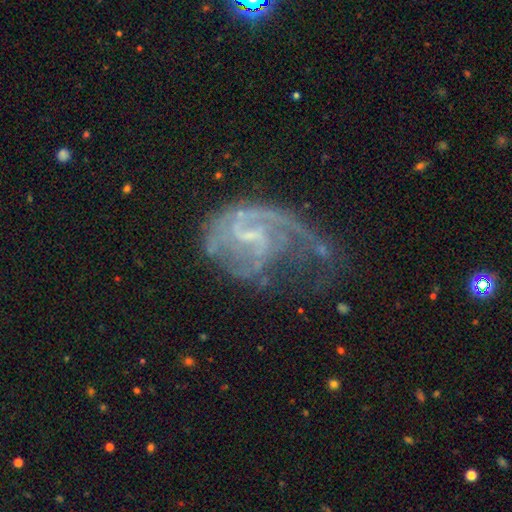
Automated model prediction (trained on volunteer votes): Smooth or featured? Predicted: featured or disk (p=0.84). Edge-on disk? Predicted: no (p=0.98). Bar? Predicted: weak (p=0.56). Spiral arms? Predicted: yes (p=0.90). Spiral winding? Predicted: medium (p=0.42). Spiral arm count? Predicted: 1 (p=0.36). Bulge size? Predicted: small (p=0.54). Merging? Predicted: major disturbance (p=0.46).